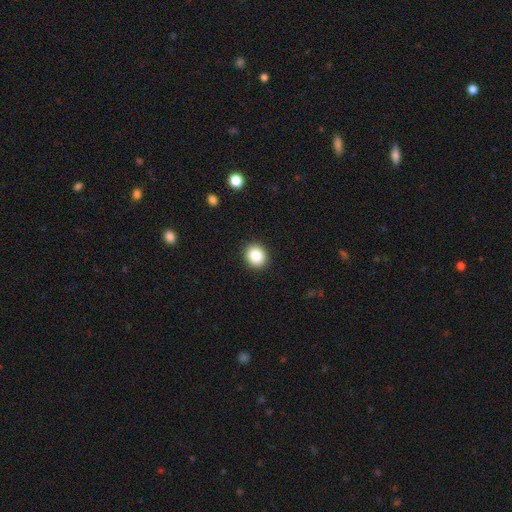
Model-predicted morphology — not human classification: This appears to be a smooth galaxy with no disk features (86%) that is round (75%). Merging: none (91%).